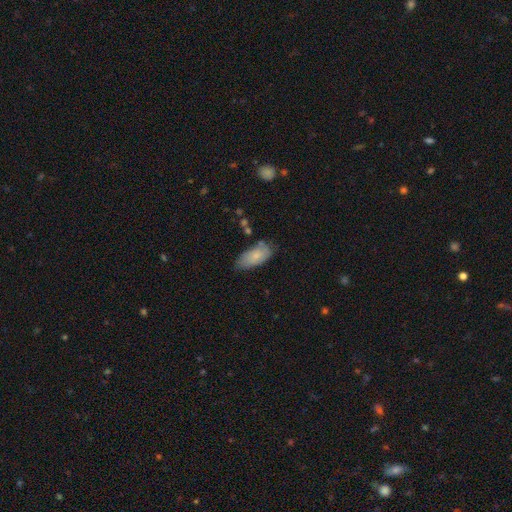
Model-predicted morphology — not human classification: type=smooth (79%); roundness=in between (89%); merging=none (62%).